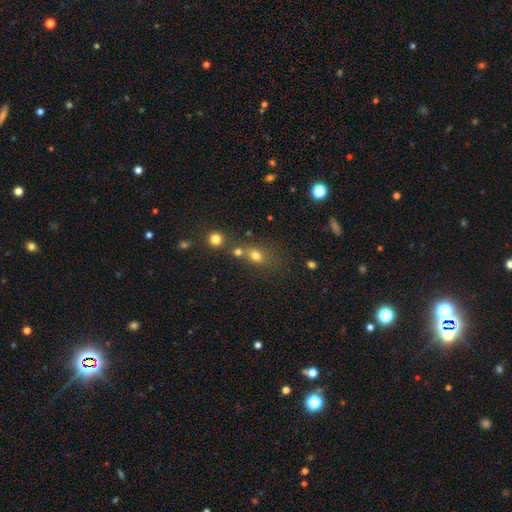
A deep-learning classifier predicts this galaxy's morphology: smooth 70%, star or artifact 18%, featured or disk 12%. Down the decision tree: how rounded — in between (54%); merging — none (49%).